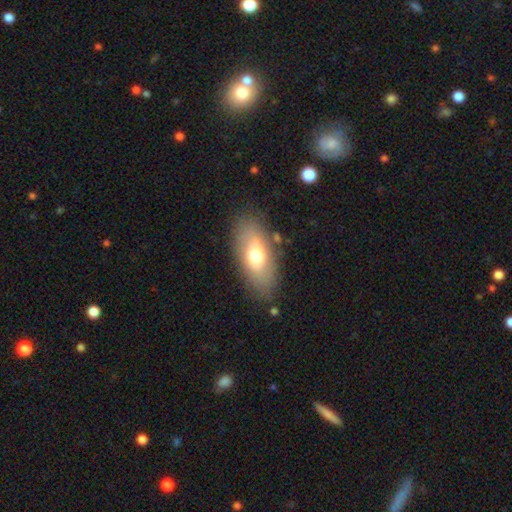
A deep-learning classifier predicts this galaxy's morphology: The model was most divided on "smooth or featured": smooth: 62%, featured or disk: 31%, star or artifact: 8%. More confident: how rounded — in between (87%); merging — none (80%).